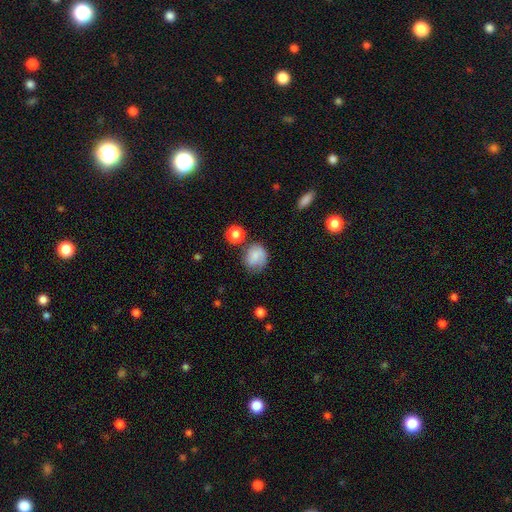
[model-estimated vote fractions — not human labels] Smooth or featured? smooth (71%)
How rounded? round (72%)
Merging? none (59%)